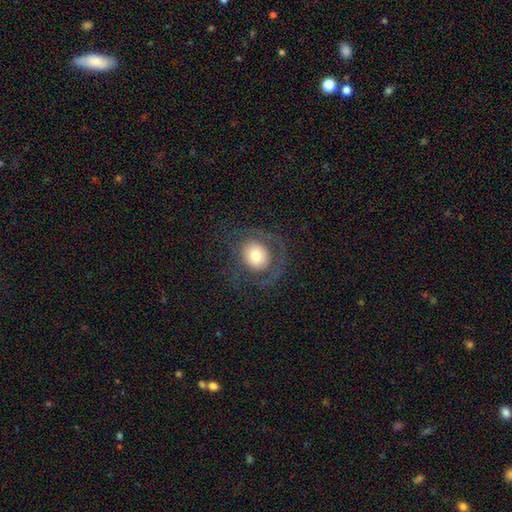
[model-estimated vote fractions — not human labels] Smooth or featured? smooth (56%)
How rounded? round (82%)
Merging? none (69%)